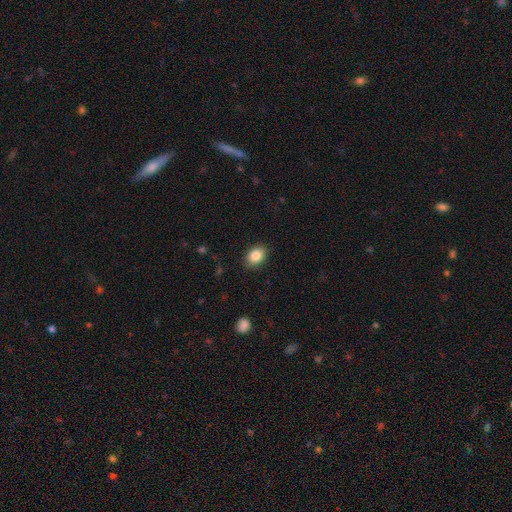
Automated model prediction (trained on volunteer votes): A smooth galaxy with no disk features (86%) that is in between round and cigar-shaped (74%). Merging: none (88%).